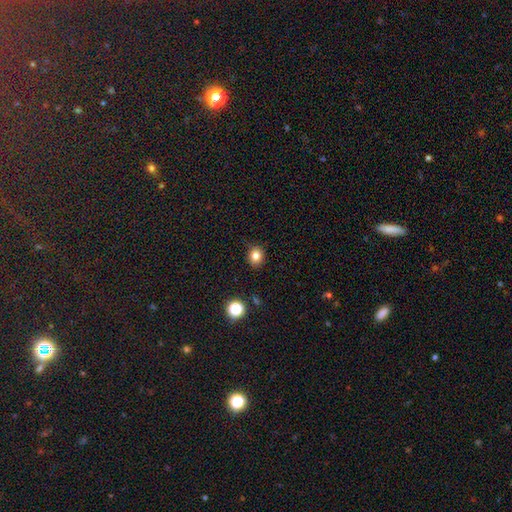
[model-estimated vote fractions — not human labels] Morphology: type=smooth (81%); roundness=round (73%); merging=none (87%).